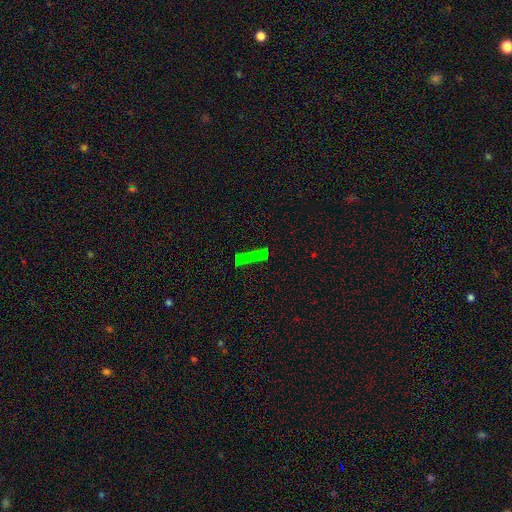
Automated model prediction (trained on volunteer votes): smooth 36%, featured or disk 33%, star or artifact 31%. Down the decision tree: merging — none (76%).